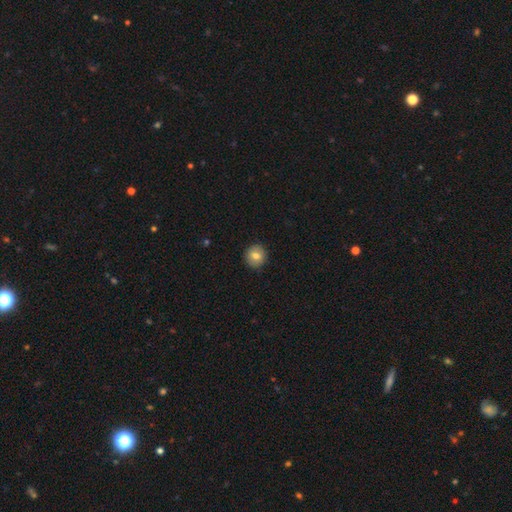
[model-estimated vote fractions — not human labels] This appears to be a smooth galaxy with no disk features (77%) that is round (90%). Merging: none (90%).